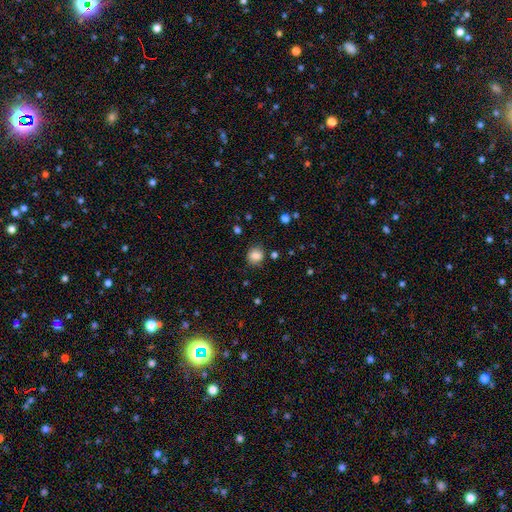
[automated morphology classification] A smooth galaxy with no disk features (85%) that is round (80%). Merging: none (78%).